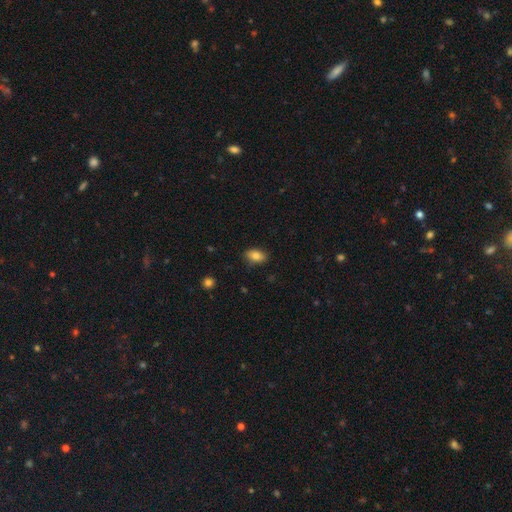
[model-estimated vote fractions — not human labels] Smooth or featured: smooth — 81% (featured or disk — 10%)
How rounded: in between — 88% (round — 8%)
Merging: none — 85% (minor disturbance — 12%)